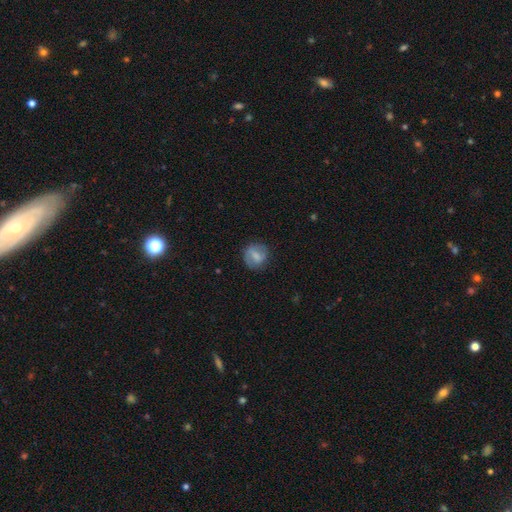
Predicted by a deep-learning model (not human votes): Smooth or featured? Predicted: smooth (p=0.61). How rounded? Predicted: round (p=0.77). Merging? Predicted: none (p=0.76).